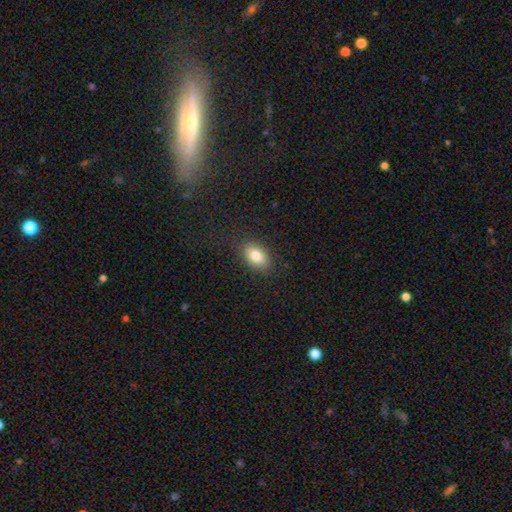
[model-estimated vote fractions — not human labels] smooth_or_featured: smooth (p=0.81) [alt: featured or disk p=0.10]
how_rounded: in between (p=0.86) [alt: round p=0.12]
merging: none (p=0.86) [alt: minor disturbance p=0.10]